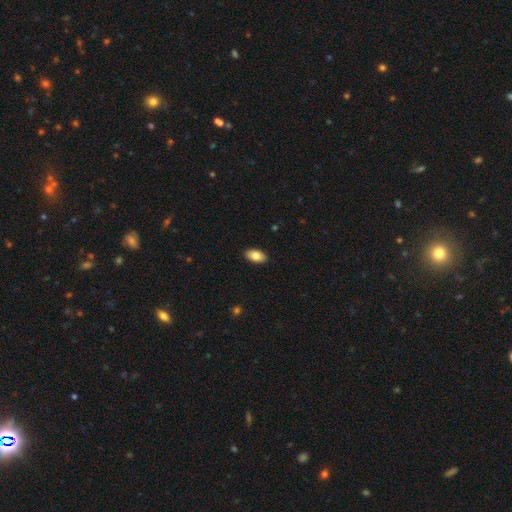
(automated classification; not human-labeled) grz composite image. It shows a smooth galaxy with no disk features (85%) that is in between round and cigar-shaped (94%). Merging: none (90%).